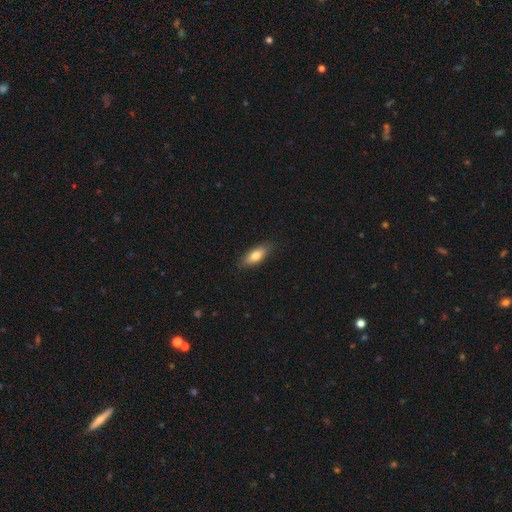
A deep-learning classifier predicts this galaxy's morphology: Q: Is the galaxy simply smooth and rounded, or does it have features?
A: smooth — 75%.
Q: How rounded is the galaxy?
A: in between — 70%.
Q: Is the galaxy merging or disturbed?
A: none — 85%.